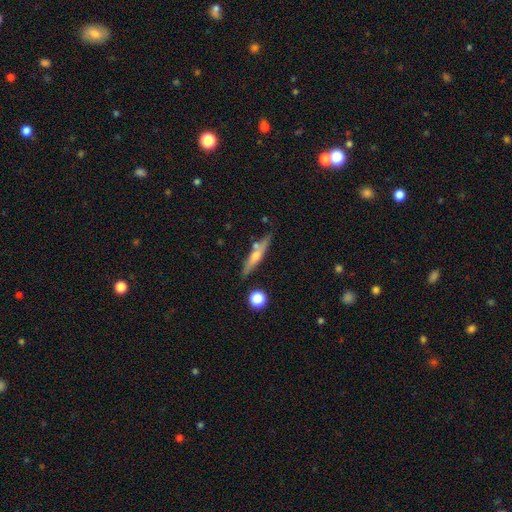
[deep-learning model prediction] Smooth or featured: featured or disk — 50% (smooth — 43%)
Edge-on disk: yes — 92% (no — 8%)
Merging: none — 74% (minor disturbance — 14%)